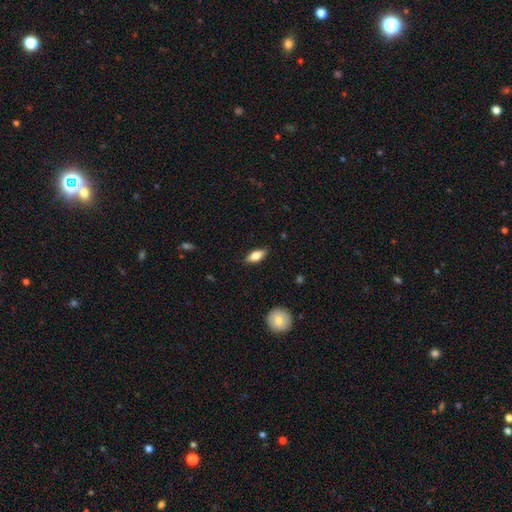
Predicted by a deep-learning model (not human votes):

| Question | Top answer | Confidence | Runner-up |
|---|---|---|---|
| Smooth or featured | smooth | 70% | featured or disk (23%) |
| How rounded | in between | 75% | cigar-shaped (22%) |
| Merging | none | 87% | minor disturbance (10%) |